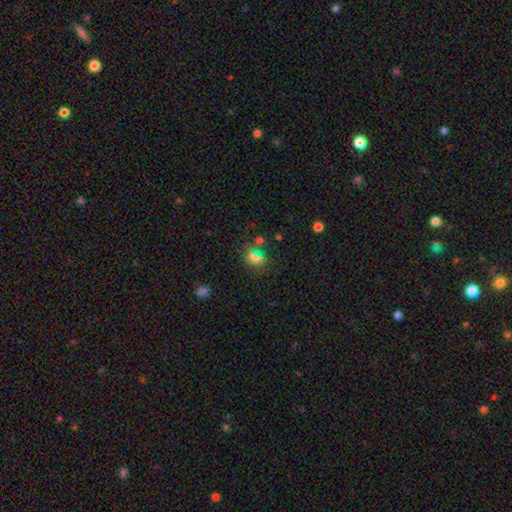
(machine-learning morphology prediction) A smooth galaxy with no disk features (62%) that is round (57%).

Vote fractions:
- Smooth or featured? smooth: 62% / star or artifact: 27% / featured or disk: 11%
- How rounded? round: 57% / in between: 39% / cigar-shaped: 3%
- Merging? none: 74% / minor disturbance: 13% / merger: 7% / major disturbance: 5%